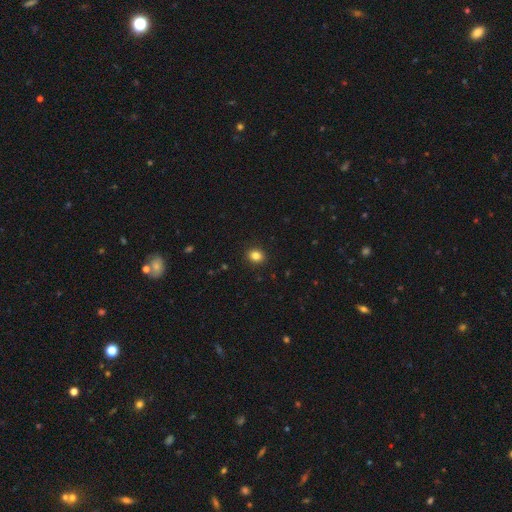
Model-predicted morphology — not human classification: Q: Smooth or featured?
A: smooth (84%); runner-up: star or artifact (11%)
Q: How rounded?
A: round (60%); runner-up: in between (39%)
Q: Merging?
A: none (91%); runner-up: minor disturbance (6%)